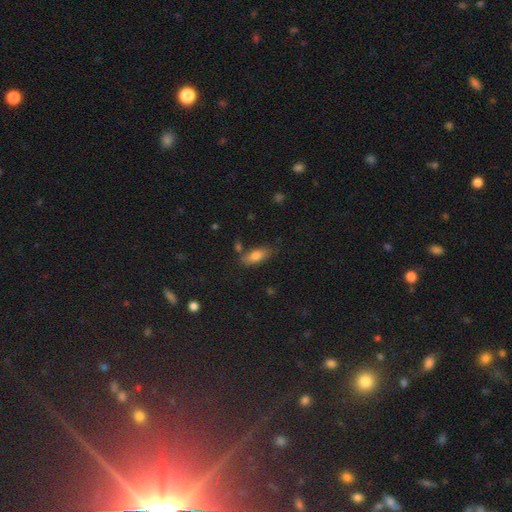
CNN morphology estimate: This appears to be a smooth galaxy with no disk features (77%) that is in between round and cigar-shaped (79%). Merging: none (68%).